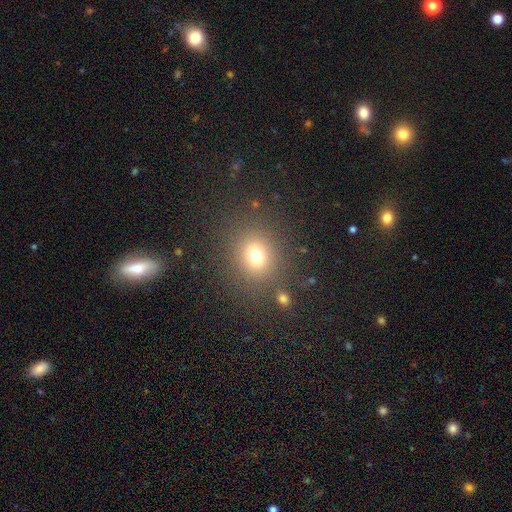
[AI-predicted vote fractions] This appears to be a smooth galaxy with no disk features (73%) that is round (78%). Merging: none (82%).